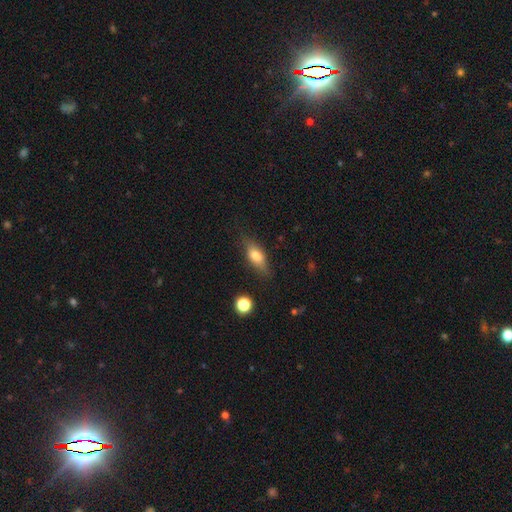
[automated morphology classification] Overall: smooth (71%). How rounded: in between (71%). Merging: none (77%).